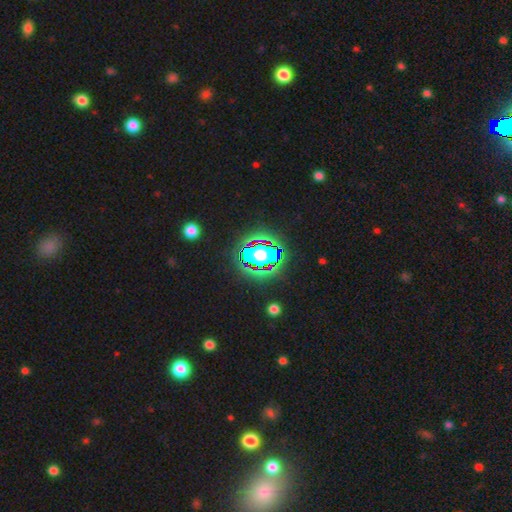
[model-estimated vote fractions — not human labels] This appears to be a star or artifact, not a galaxy (70%).